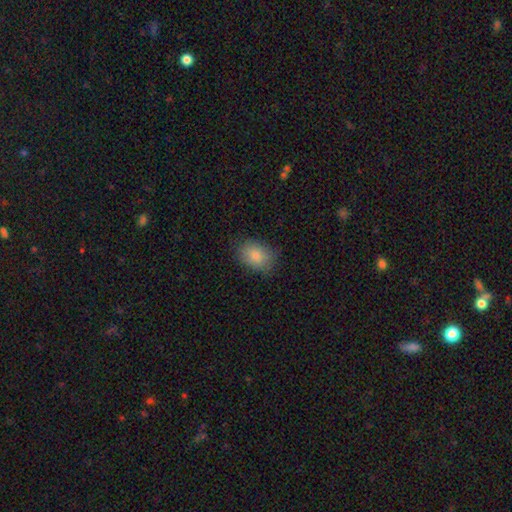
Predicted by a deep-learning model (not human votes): Overall: smooth (85%). How rounded: in between (70%). Merging: none (77%).